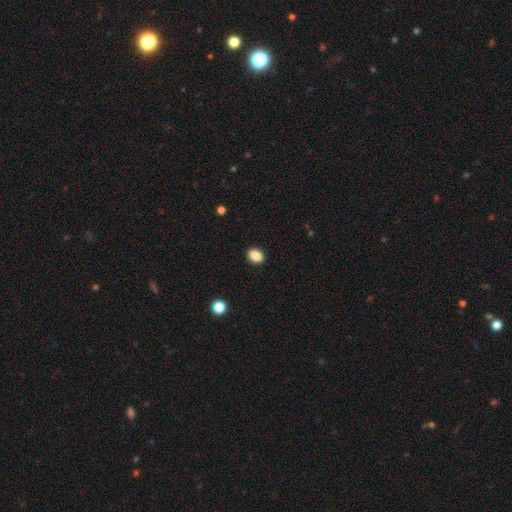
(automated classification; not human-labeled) Smooth or featured: smooth — 88% (star or artifact — 9%)
How rounded: in between — 73% (round — 26%)
Merging: none — 90% (minor disturbance — 7%)